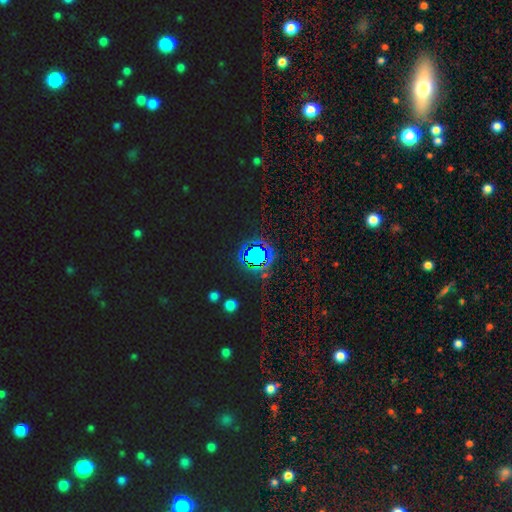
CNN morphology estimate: This is likely a star or artifact rather than a galaxy (73%).